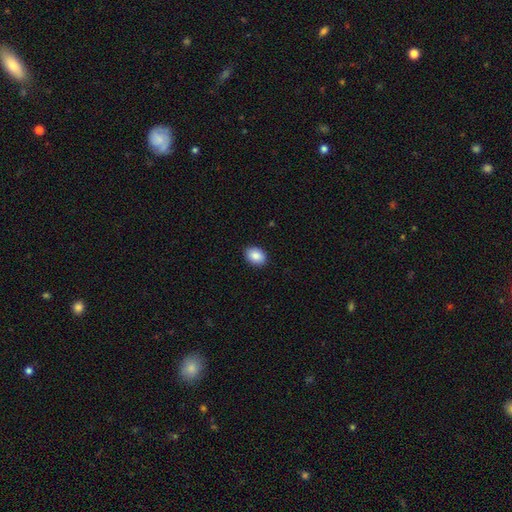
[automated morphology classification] smooth_or_featured: smooth (p=0.88) [alt: star or artifact p=0.07]
how_rounded: in between (p=0.76) [alt: round p=0.23]
merging: none (p=0.90) [alt: minor disturbance p=0.07]